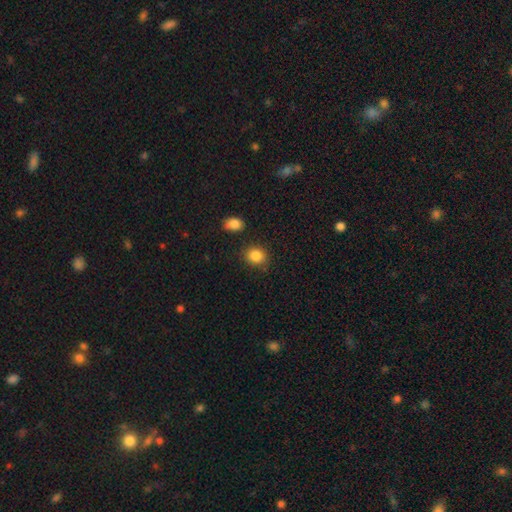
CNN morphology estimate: Overall: smooth (86%). How rounded: round (70%). Merging: none (80%).